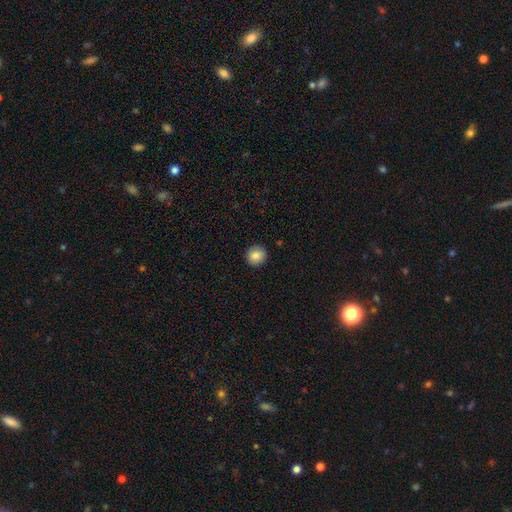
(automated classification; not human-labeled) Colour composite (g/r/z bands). It shows a smooth galaxy with no disk features (86%) that is round (92%). Merging: none (91%).